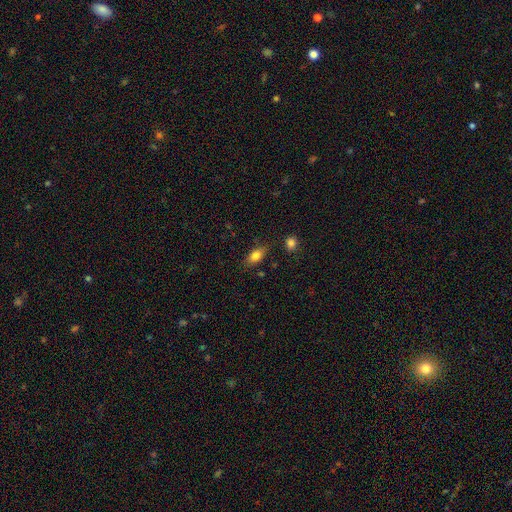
A smooth galaxy with no disk features (82%) that is in between round and cigar-shaped (72%).

Vote fractions:
- Smooth or featured? smooth: 82% / featured or disk: 10% / star or artifact: 8%
- How rounded? in between: 72% / round: 19% / cigar-shaped: 9%
- Merging? none: 86% / minor disturbance: 8% / major disturbance: 3% / merger: 3%